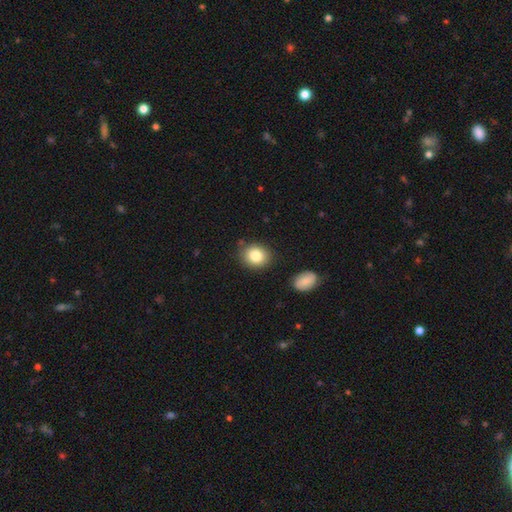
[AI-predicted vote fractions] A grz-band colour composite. It shows a smooth galaxy with no disk features (83%) that is round (66%). Merging: none (82%).